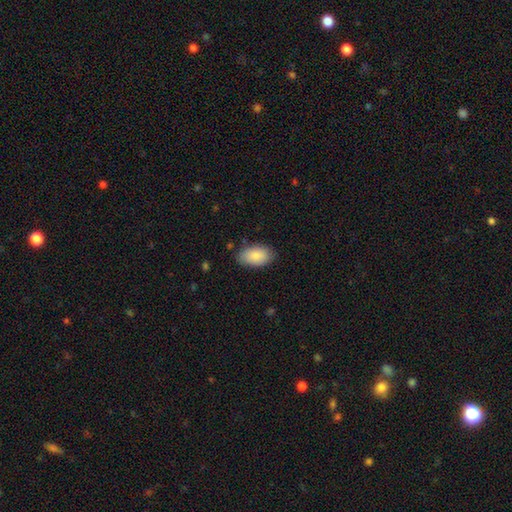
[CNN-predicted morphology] Smooth or featured? Predicted: smooth (p=0.85). How rounded? Predicted: in between (p=0.94). Merging? Predicted: none (p=0.83).